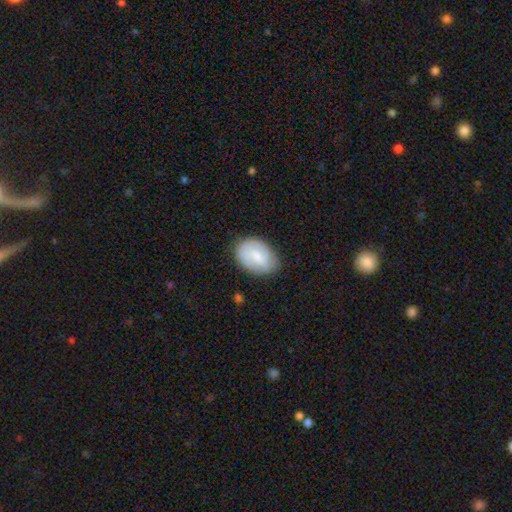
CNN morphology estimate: type=smooth (52%); roundness=in between (82%); merging=none (76%).